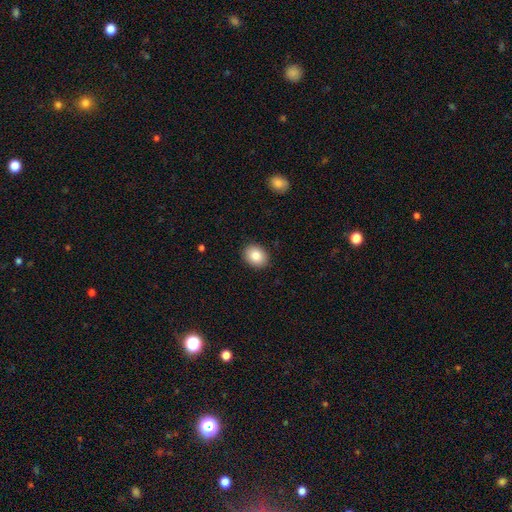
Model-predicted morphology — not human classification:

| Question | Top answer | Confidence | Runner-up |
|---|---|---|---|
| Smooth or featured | smooth | 85% | star or artifact (8%) |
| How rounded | in between | 57% | round (42%) |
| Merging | none | 90% | minor disturbance (7%) |